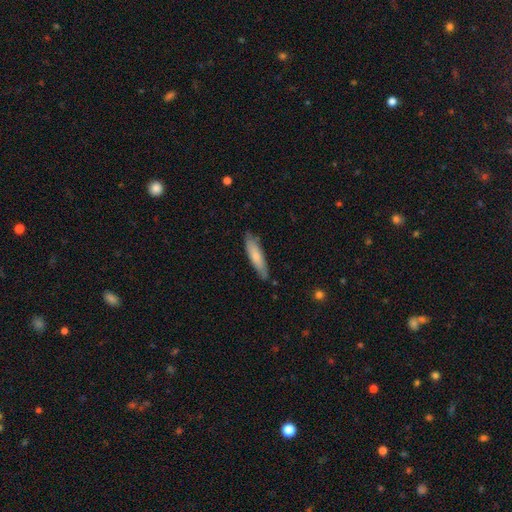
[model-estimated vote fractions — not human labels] A smooth galaxy with no disk features (74%) that is cigar-shaped (76%).

Vote fractions:
- Smooth or featured? smooth: 74% / featured or disk: 21% / star or artifact: 5%
- How rounded? cigar-shaped: 76% / in between: 23% / round: 1%
- Merging? none: 80% / minor disturbance: 16% / major disturbance: 2% / merger: 2%